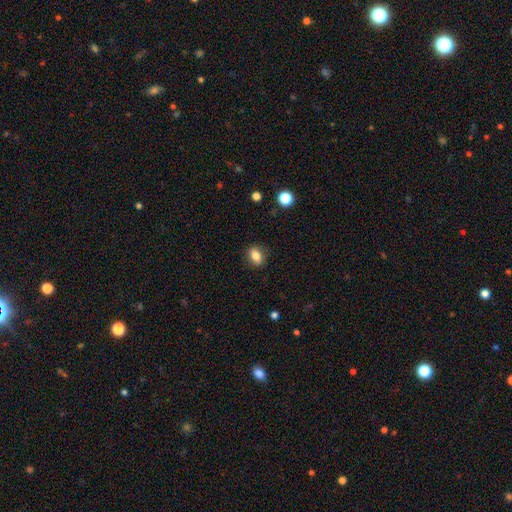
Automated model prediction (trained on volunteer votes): Q: Smooth or featured?
A: smooth (83%); runner-up: star or artifact (9%)
Q: How rounded?
A: in between (74%); runner-up: round (23%)
Q: Merging?
A: none (86%); runner-up: minor disturbance (10%)